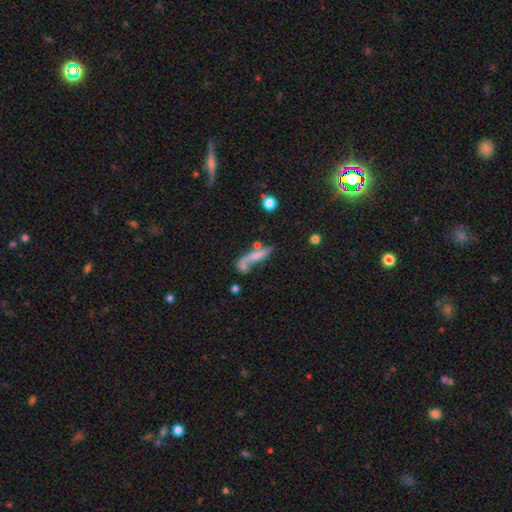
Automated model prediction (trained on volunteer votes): Smooth or featured? smooth (52%)
How rounded? cigar-shaped (74%)
Merging? none (38%)